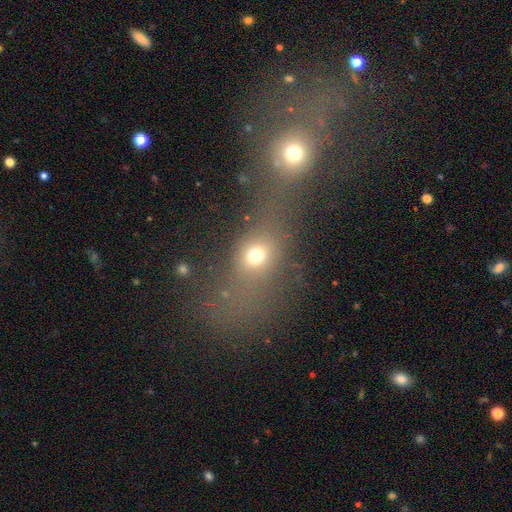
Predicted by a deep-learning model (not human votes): Smooth or featured: smooth — 66% (star or artifact — 20%)
How rounded: in between — 53% (round — 39%)
Merging: none — 45% (merger — 25%)